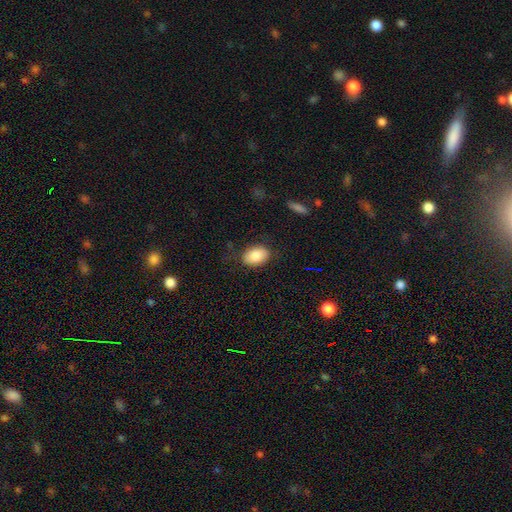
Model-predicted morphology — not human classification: The model was most divided on "merging": none: 79%, minor disturbance: 15%, major disturbance: 5%, merger: 1%. More confident: smooth or featured — smooth (85%); how rounded — in between (83%).